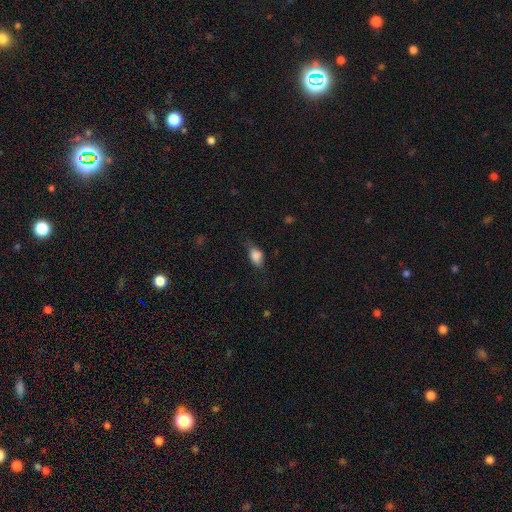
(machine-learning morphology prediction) Overall: smooth (82%). How rounded: in between (83%). Merging: none (58%; minor disturbance 30%).